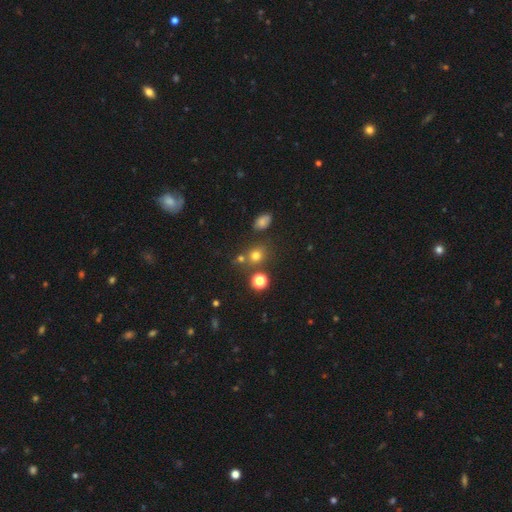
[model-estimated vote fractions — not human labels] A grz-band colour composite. It shows a smooth galaxy with no disk features (70%) that is round (77%). Merging: none (70%).